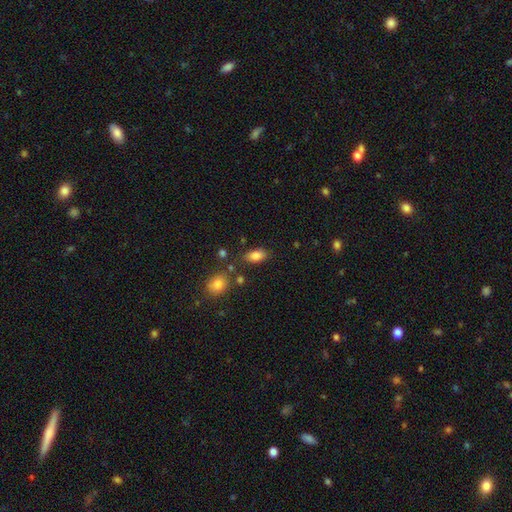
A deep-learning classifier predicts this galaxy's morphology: Overall: smooth (83%). How rounded: in between (88%). Merging: none (76%).